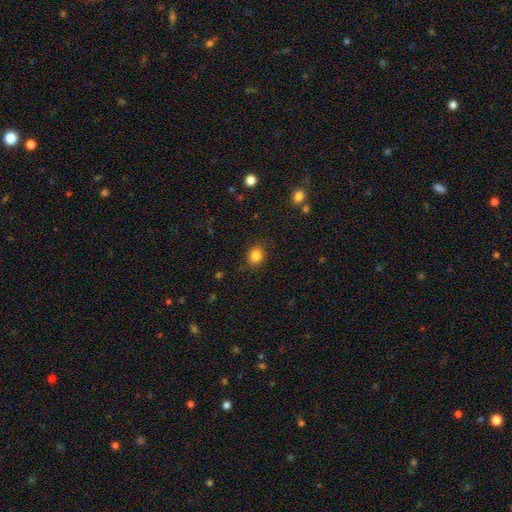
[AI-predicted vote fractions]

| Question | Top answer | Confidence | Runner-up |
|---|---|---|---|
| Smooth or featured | smooth | 84% | star or artifact (11%) |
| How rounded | round | 64% | in between (35%) |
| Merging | none | 85% | minor disturbance (11%) |